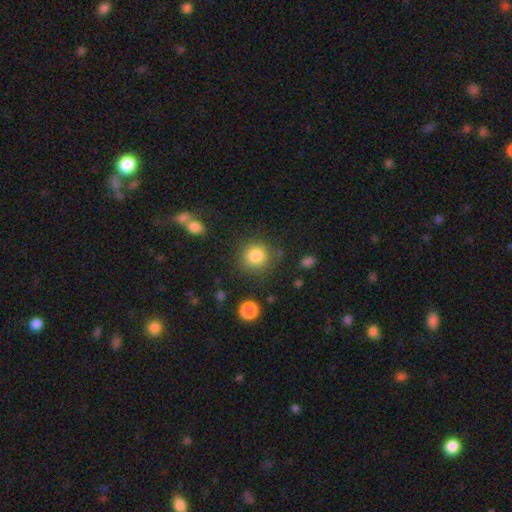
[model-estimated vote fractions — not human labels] smooth 84%, star or artifact 10%, featured or disk 6%. Down the decision tree: how rounded — round (88%); merging — none (83%).